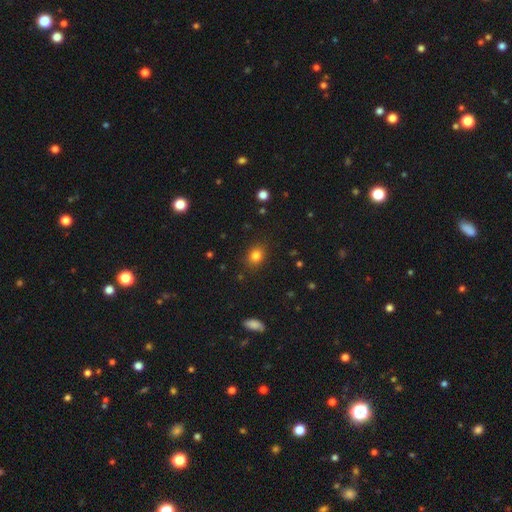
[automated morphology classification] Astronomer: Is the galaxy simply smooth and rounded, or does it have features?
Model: smooth — 82%.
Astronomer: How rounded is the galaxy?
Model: round — 53% (runner-up: in between, 46%).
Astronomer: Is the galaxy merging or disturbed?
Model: none — 86%.